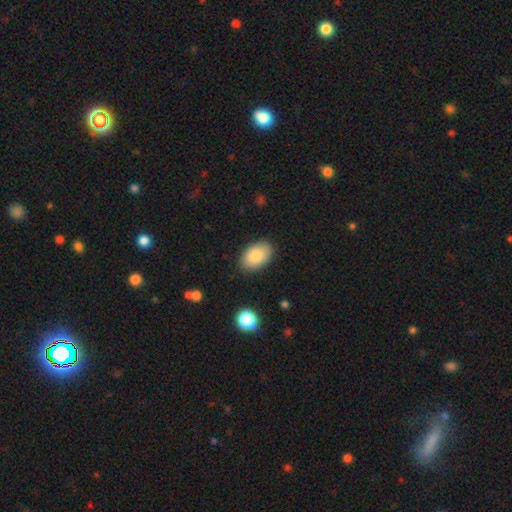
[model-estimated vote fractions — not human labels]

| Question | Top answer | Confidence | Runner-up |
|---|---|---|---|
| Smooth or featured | smooth | 87% | star or artifact (7%) |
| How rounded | in between | 92% | round (7%) |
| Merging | none | 87% | minor disturbance (10%) |